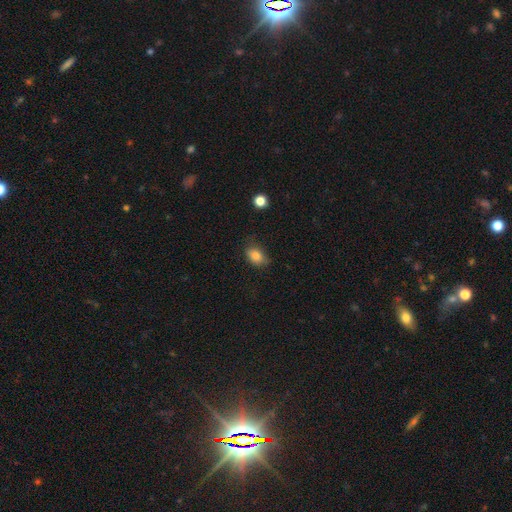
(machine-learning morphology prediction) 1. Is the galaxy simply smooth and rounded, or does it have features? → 83% smooth, 10% star or artifact, 7% featured or disk.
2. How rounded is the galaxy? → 74% in between, 25% round, 1% cigar-shaped.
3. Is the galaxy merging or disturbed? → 71% none, 22% minor disturbance, 5% major disturbance, 2% merger.